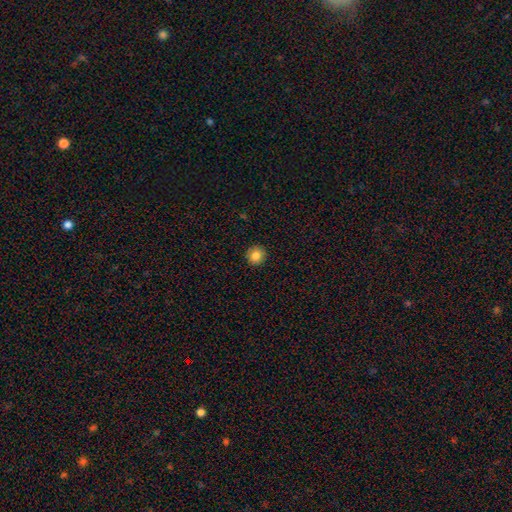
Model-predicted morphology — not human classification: Q: Smooth or featured?
A: smooth (84%); runner-up: star or artifact (10%)
Q: How rounded?
A: round (94%); runner-up: in between (5%)
Q: Merging?
A: none (93%); runner-up: minor disturbance (5%)